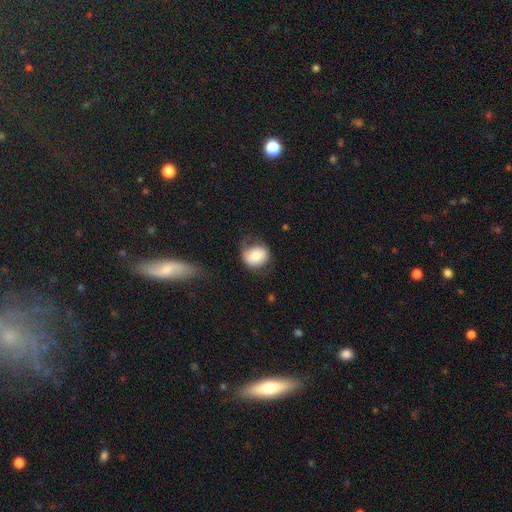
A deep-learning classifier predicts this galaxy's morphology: smooth_or_featured: smooth (p=0.71) [alt: featured or disk p=0.21]
how_rounded: round (p=0.69) [alt: in between p=0.30]
merging: none (p=0.49) [alt: minor disturbance p=0.29]